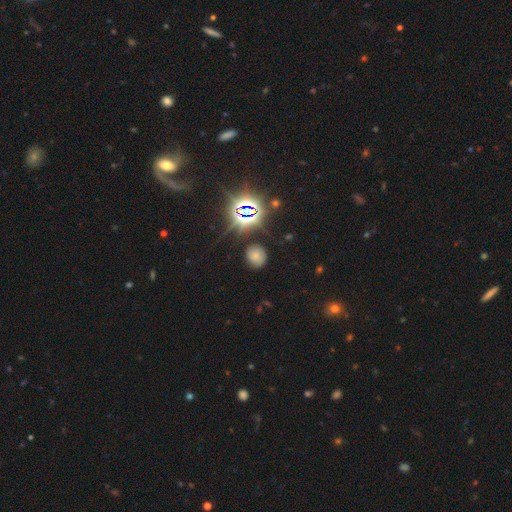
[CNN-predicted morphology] This appears to be a smooth galaxy with no disk features (58%) that is round (75%). Merging: none (79%).